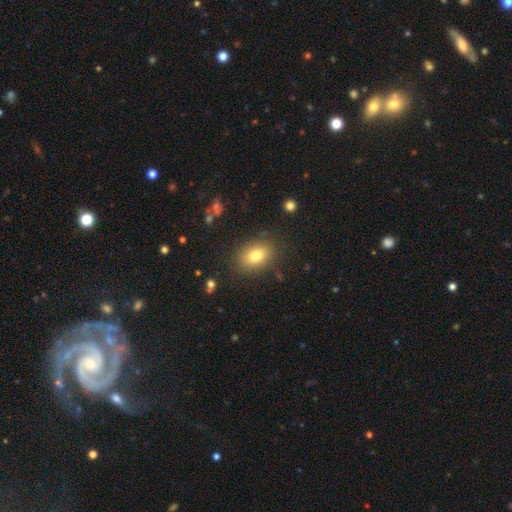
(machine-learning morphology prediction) This is likely a smooth galaxy (79%). How rounded: likely in between (77%). Merging: clearly none (83%).